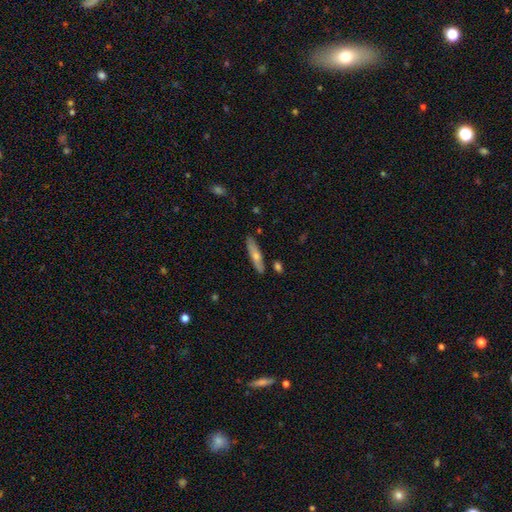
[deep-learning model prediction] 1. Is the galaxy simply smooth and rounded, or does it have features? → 60% smooth, 34% featured or disk, 6% star or artifact.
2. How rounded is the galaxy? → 80% cigar-shaped, 19% in between, 2% round.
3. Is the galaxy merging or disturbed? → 84% none, 11% minor disturbance, 3% merger, 2% major disturbance.